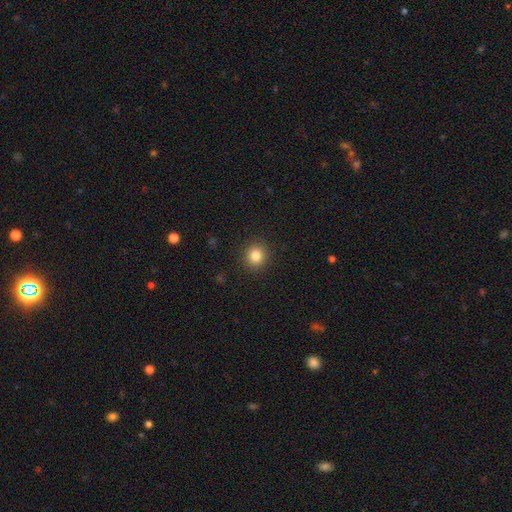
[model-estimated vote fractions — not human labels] smooth-or-featured: smooth: 83% | star or artifact: 11% | featured or disk: 5%
  how-rounded: round: 87% | in between: 12% | cigar-shaped: 1%
  merging: none: 91% | minor disturbance: 6% | major disturbance: 2% | merger: 1%